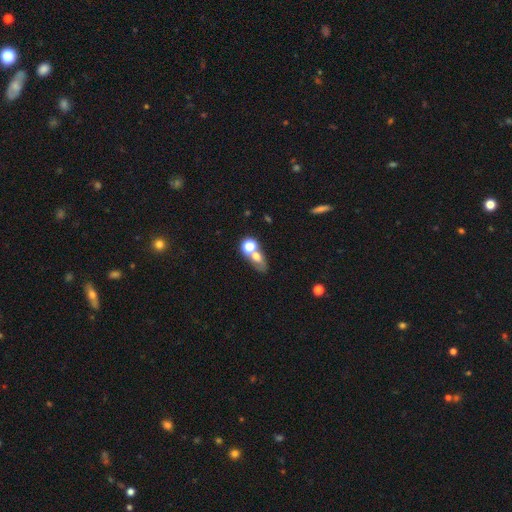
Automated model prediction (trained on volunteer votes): This is possibly a smooth galaxy (58%). How rounded: possibly in between (59%). Merging: possibly merger (47%).